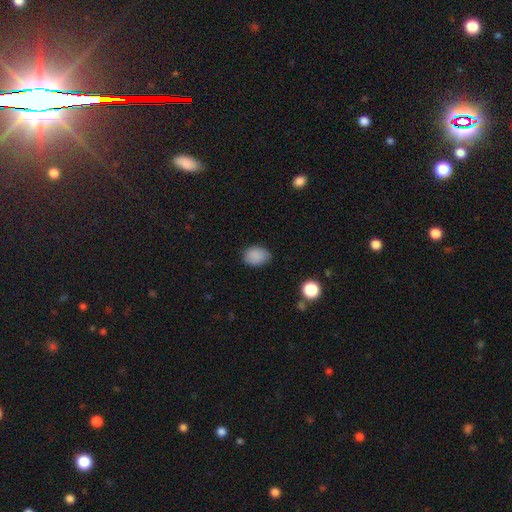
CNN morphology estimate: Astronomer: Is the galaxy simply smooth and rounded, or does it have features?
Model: smooth — 86%.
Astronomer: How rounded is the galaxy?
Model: in between — 67%.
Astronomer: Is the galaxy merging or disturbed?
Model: none — 72%.